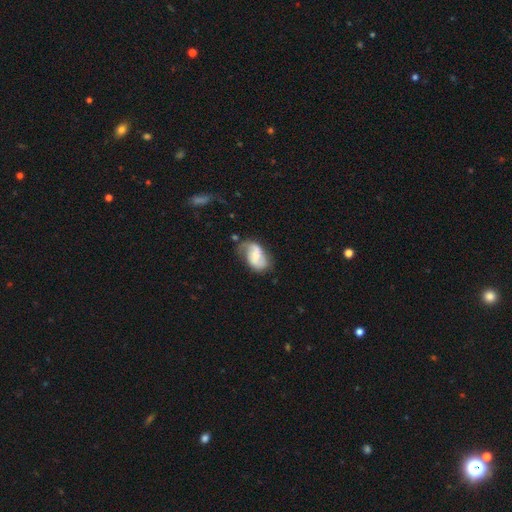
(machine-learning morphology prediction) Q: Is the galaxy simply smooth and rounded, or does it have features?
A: featured or disk — 67%.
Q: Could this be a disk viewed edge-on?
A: no — 97%.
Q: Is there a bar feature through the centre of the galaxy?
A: weak — 47%.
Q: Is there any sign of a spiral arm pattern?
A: yes — 90%.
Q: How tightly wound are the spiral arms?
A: loose — 44%.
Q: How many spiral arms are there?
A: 2 — 82%.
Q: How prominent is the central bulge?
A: small — 47%.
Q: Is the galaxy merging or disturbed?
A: none — 57%.